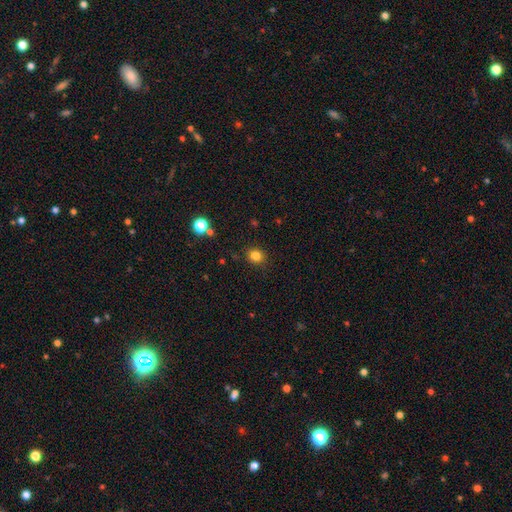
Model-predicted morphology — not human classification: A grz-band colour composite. It shows a smooth galaxy with no disk features (82%) that is round (81%). Merging: none (88%).